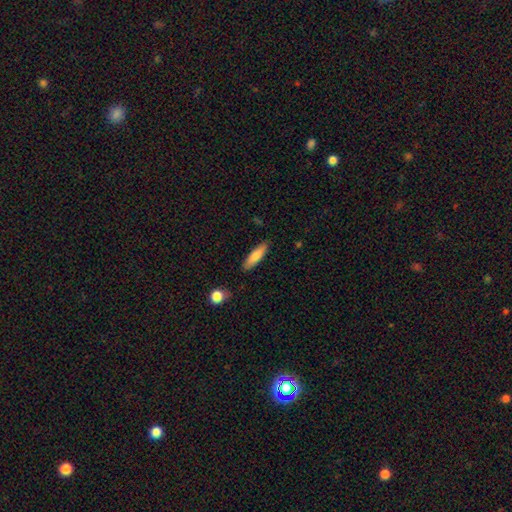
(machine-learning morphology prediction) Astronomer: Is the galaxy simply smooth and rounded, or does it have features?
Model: smooth — 79%.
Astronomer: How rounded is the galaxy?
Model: cigar-shaped — 65%.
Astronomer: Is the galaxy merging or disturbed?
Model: none — 86%.